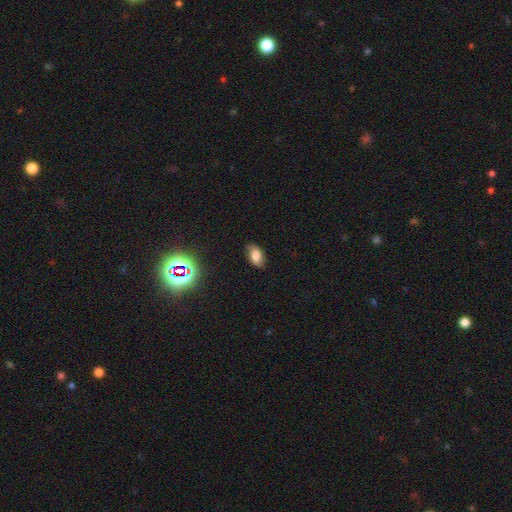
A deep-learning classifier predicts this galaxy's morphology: Q: Smooth or featured?
A: smooth (75%); runner-up: featured or disk (12%)
Q: How rounded?
A: in between (90%); runner-up: round (8%)
Q: Merging?
A: none (79%); runner-up: minor disturbance (17%)